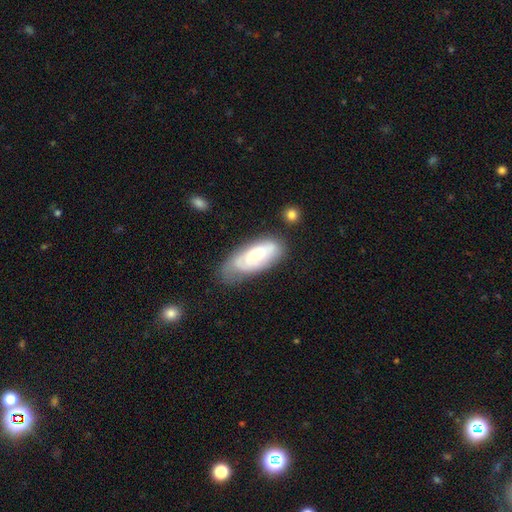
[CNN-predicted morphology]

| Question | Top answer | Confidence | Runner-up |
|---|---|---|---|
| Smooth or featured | featured or disk | 53% | smooth (41%) |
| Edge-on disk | no | 87% | yes (13%) |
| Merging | none | 52% | minor disturbance (31%) |